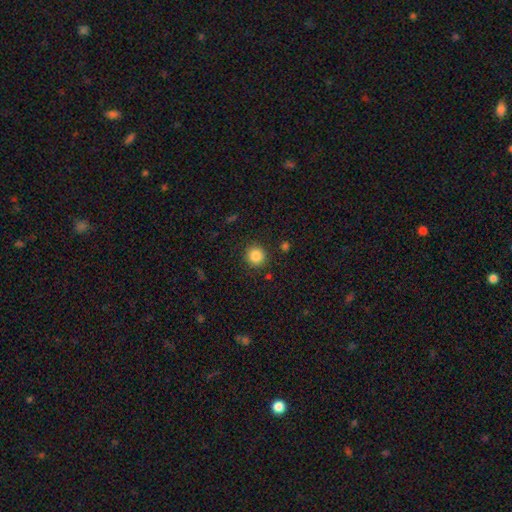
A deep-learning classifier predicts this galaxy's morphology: This appears to be a smooth galaxy with no disk features (86%) that is round (93%). Merging: none (89%).